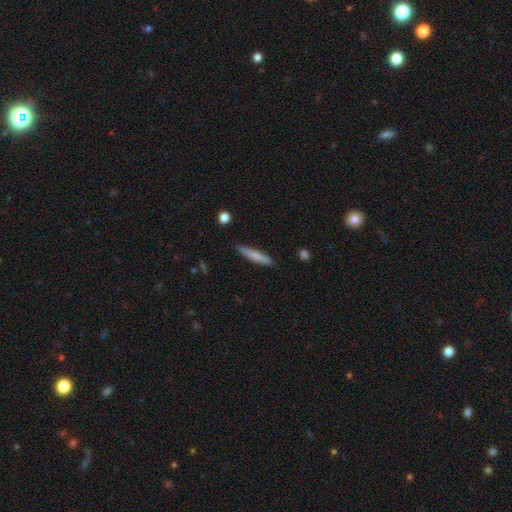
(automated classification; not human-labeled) Overall: smooth (72%). How rounded: cigar-shaped (92%). Merging: none (87%).